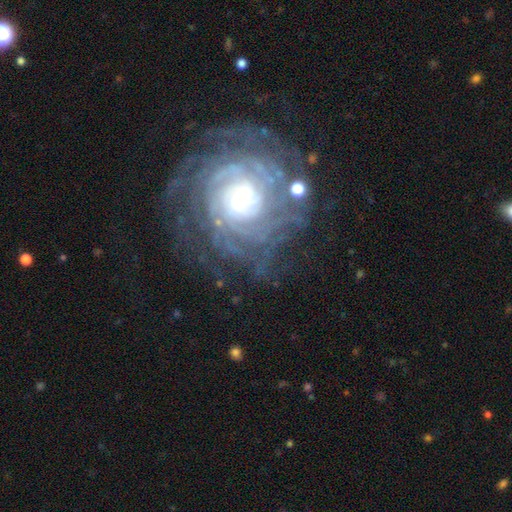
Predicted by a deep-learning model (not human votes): Smooth or featured? Predicted: featured or disk (p=0.84). Edge-on disk? Predicted: no (p=0.97). Bar? Predicted: no (p=0.58). Spiral arms? Predicted: yes (p=0.96). Spiral winding? Predicted: tight (p=0.81). Spiral arm count? Predicted: can't tell (p=0.33). Bulge size? Predicted: small (p=0.49). Merging? Predicted: none (p=0.79).